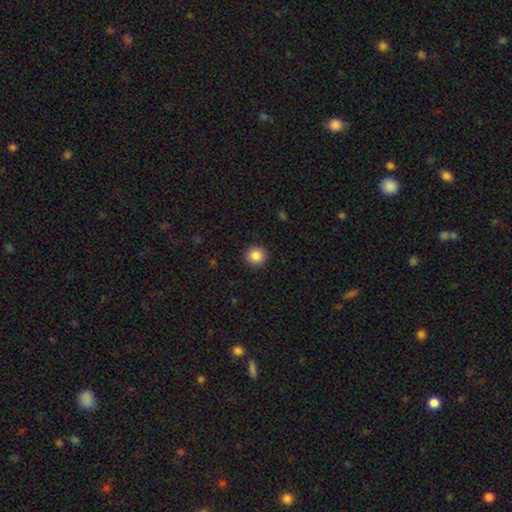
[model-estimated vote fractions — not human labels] Q: Smooth or featured?
A: smooth (86%); runner-up: star or artifact (9%)
Q: How rounded?
A: round (94%); runner-up: in between (5%)
Q: Merging?
A: none (92%); runner-up: minor disturbance (5%)